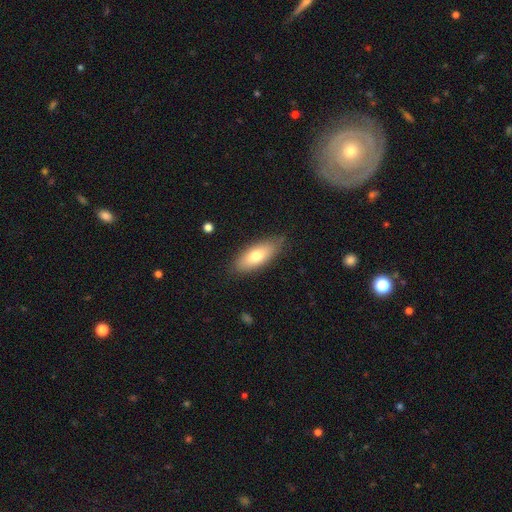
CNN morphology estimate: smooth-or-featured: smooth: 74% | featured or disk: 20% | star or artifact: 6%
  how-rounded: in between: 76% | cigar-shaped: 22% | round: 2%
  merging: none: 81% | minor disturbance: 15% | major disturbance: 3% | merger: 1%